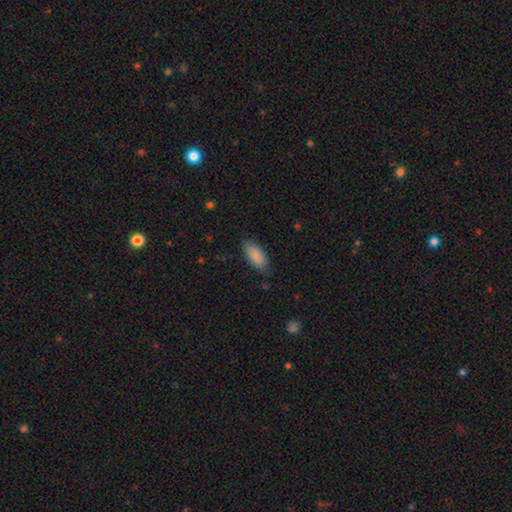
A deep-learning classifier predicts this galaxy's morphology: smooth-or-featured: smooth: 89% | star or artifact: 6% | featured or disk: 5%
  how-rounded: in between: 86% | cigar-shaped: 12% | round: 2%
  merging: none: 82% | minor disturbance: 14% | major disturbance: 3% | merger: 1%